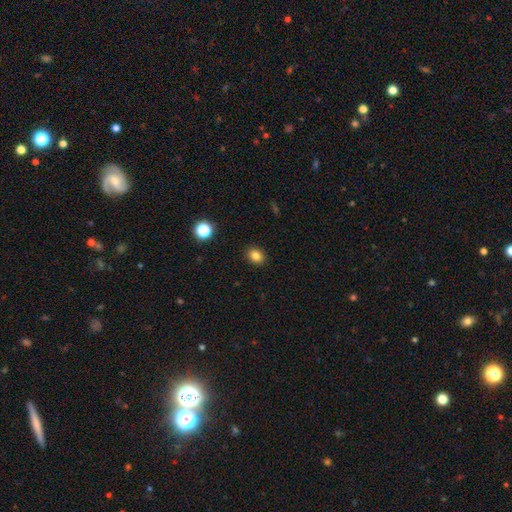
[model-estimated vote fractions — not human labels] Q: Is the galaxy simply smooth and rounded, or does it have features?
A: smooth — 83%.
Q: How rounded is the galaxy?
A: in between — 50%.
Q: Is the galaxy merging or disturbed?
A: none — 90%.